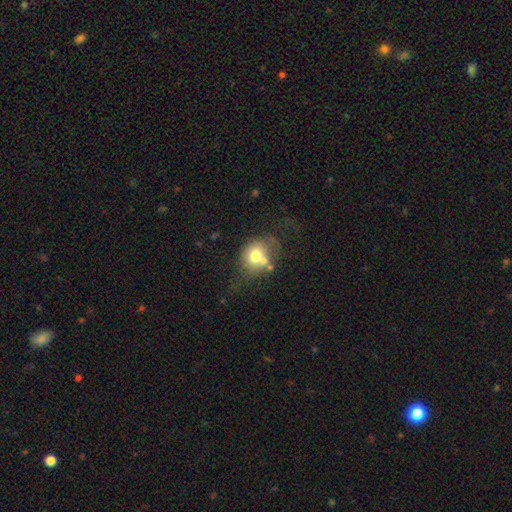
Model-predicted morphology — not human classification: smooth 65%, featured or disk 25%, star or artifact 10%. Down the decision tree: how rounded — round (59%); merging — none (35%).